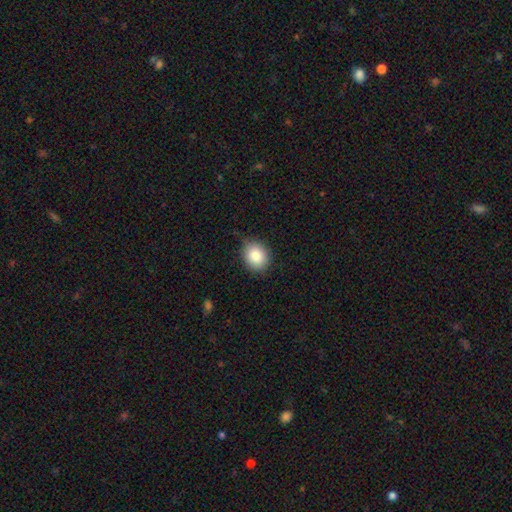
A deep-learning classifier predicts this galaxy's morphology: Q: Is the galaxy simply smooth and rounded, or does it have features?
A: smooth — 84%.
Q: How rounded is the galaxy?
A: round — 60%.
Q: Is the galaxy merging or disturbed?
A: none — 79%.